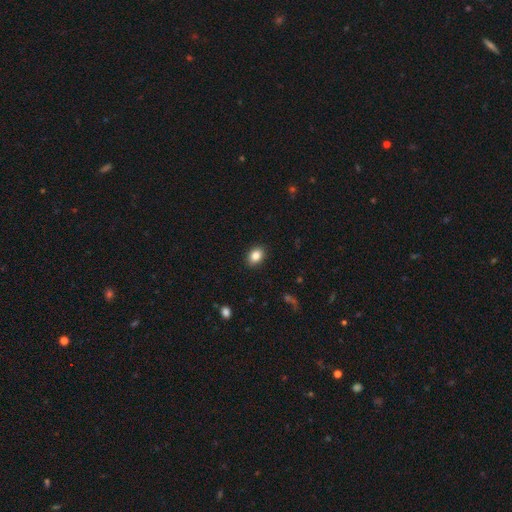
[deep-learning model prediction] smooth-or-featured: smooth: 84% | star or artifact: 9% | featured or disk: 7%
  how-rounded: in between: 74% | round: 25% | cigar-shaped: 1%
  merging: none: 89% | minor disturbance: 8% | major disturbance: 2% | merger: 1%